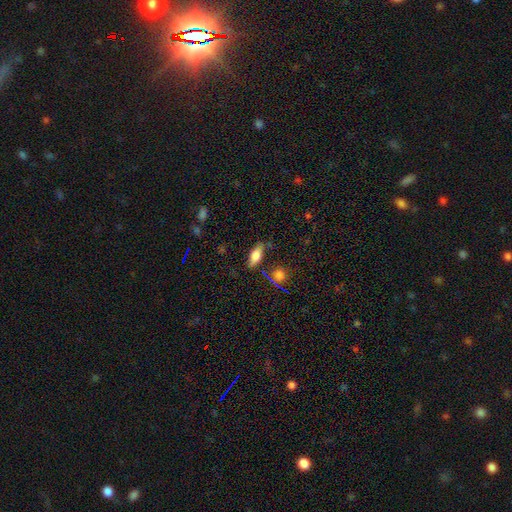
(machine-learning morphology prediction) type=smooth (69%); roundness=in between (76%); merging=none (78%).